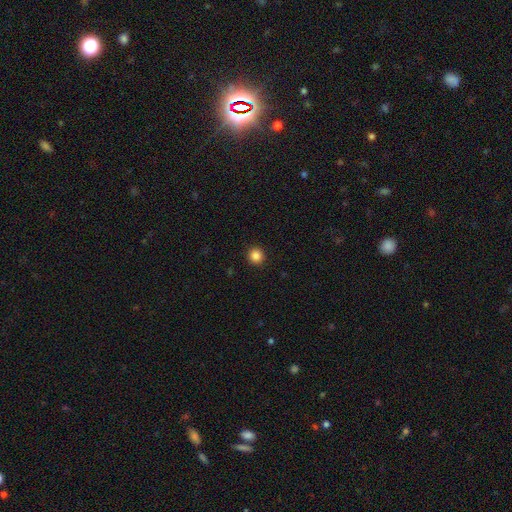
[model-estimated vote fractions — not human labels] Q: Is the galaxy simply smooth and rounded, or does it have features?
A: smooth — 86%.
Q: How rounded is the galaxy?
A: round — 94%.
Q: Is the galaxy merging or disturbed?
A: none — 93%.